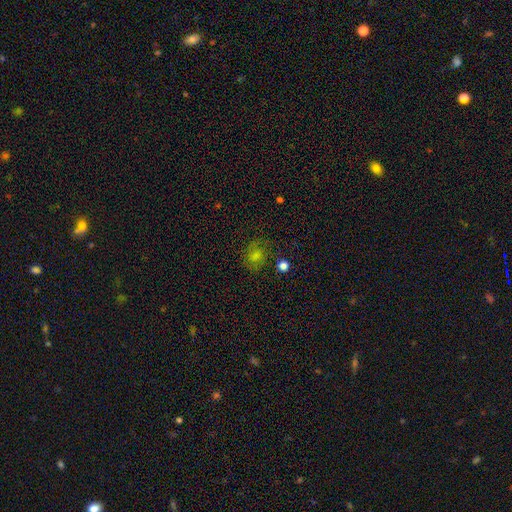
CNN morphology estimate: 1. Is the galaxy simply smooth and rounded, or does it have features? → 48% smooth, 28% star or artifact, 24% featured or disk.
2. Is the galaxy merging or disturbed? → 71% none, 17% minor disturbance, 9% major disturbance, 3% merger.